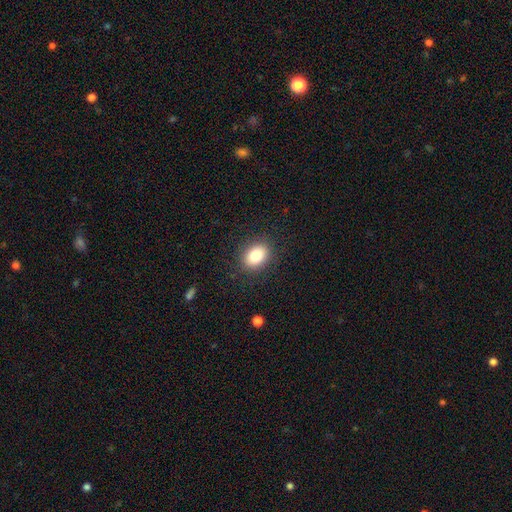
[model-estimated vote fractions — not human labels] smooth_or_featured: smooth (p=0.82) [alt: star or artifact p=0.09]
how_rounded: in between (p=0.69) [alt: round p=0.30]
merging: none (p=0.87) [alt: minor disturbance p=0.09]